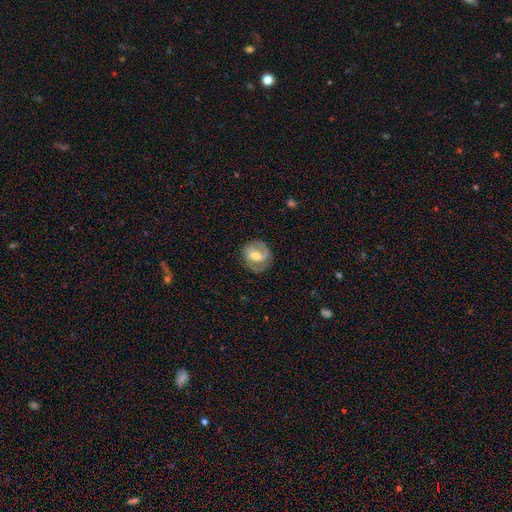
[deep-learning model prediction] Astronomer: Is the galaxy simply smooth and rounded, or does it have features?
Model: featured or disk — 74%.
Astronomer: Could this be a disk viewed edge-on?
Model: no — 97%.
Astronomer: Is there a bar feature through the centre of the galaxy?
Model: weak — 46% (runner-up: strong, 30%).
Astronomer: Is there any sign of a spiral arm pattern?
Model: yes — 89%.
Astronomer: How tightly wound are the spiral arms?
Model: medium — 47% (runner-up: tight, 34%).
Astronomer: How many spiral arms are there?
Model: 2 — 82%.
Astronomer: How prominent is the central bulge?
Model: moderate — 64%.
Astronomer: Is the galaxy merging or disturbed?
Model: none — 78%.